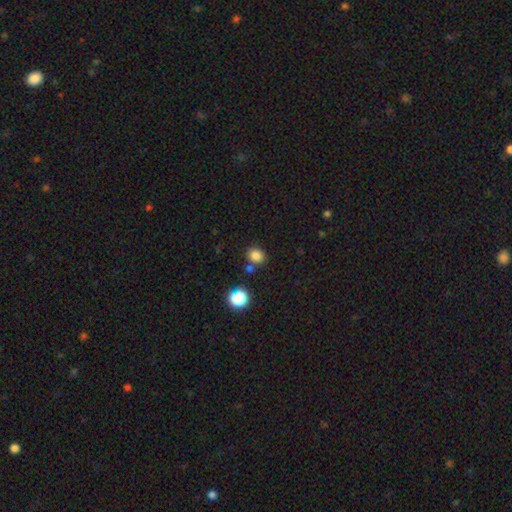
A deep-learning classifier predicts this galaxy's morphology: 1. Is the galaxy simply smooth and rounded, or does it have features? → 82% smooth, 13% star or artifact, 5% featured or disk.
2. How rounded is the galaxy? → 57% round, 43% in between, 1% cigar-shaped.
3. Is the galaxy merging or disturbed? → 75% none, 11% minor disturbance, 11% merger, 3% major disturbance.